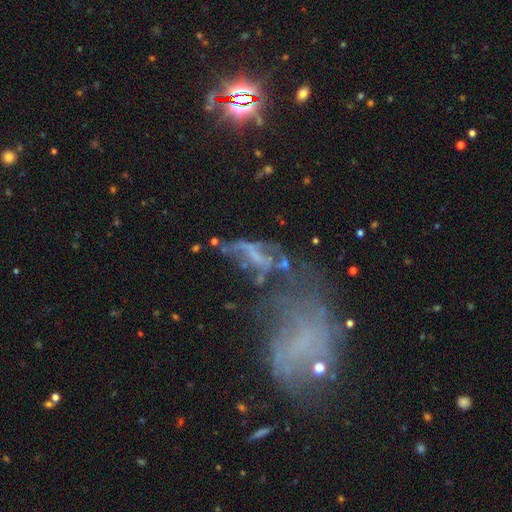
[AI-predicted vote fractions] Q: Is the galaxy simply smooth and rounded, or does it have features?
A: featured or disk — 59%.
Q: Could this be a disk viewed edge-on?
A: no — 92%.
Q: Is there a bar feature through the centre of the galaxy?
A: no — 65%.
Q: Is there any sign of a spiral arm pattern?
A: no — 65%.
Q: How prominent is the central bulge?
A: none — 66%.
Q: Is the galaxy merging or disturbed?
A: major disturbance — 36%.